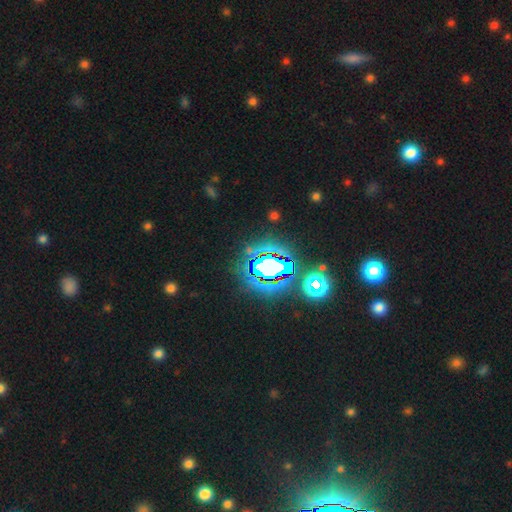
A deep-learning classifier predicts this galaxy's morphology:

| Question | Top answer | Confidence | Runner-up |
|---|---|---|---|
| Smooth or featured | star or artifact | 84% | smooth (10%) |